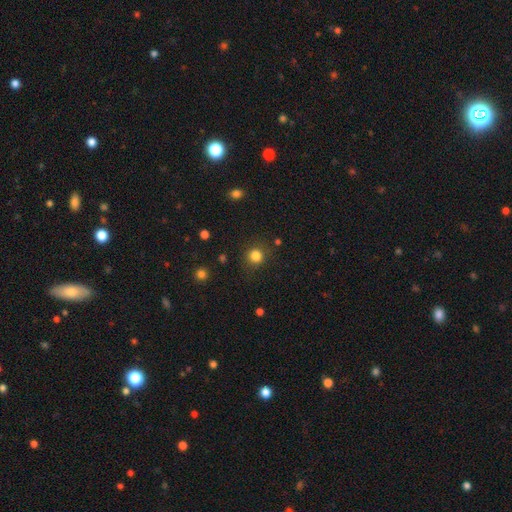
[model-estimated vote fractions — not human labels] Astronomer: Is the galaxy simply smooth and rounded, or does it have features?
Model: smooth — 83%.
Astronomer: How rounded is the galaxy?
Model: round — 87%.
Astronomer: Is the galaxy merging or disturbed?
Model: none — 84%.